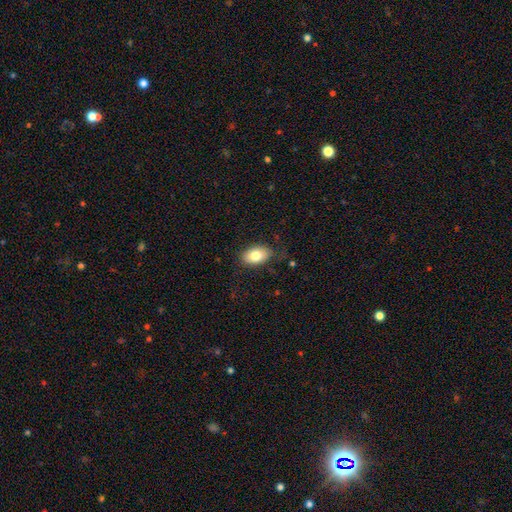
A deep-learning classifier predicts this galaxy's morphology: The model was most divided on "merging": none: 79%, minor disturbance: 15%, major disturbance: 4%, merger: 1%. More confident: how rounded — in between (90%); smooth or featured — smooth (79%).